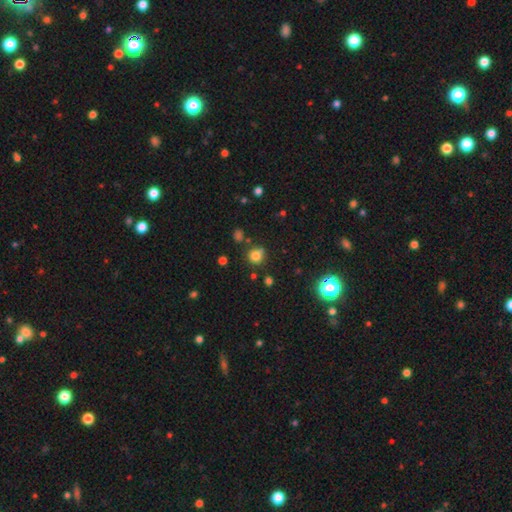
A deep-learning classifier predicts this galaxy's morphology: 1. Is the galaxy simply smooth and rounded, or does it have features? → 77% smooth, 16% star or artifact, 7% featured or disk.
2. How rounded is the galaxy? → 86% round, 13% in between, 1% cigar-shaped.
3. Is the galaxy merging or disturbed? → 72% none, 14% minor disturbance, 10% merger, 4% major disturbance.